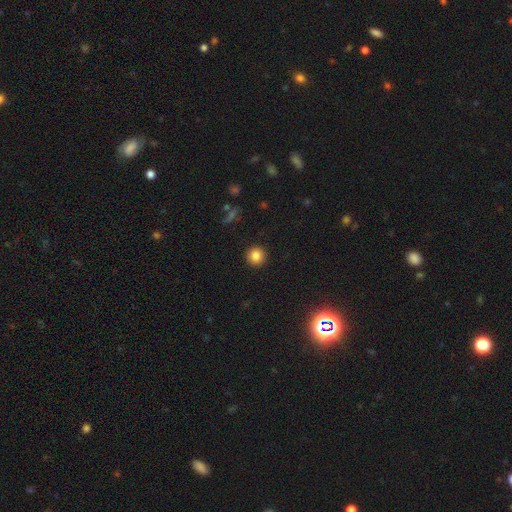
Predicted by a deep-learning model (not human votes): Overall: smooth (84%). How rounded: round (95%). Merging: none (93%).